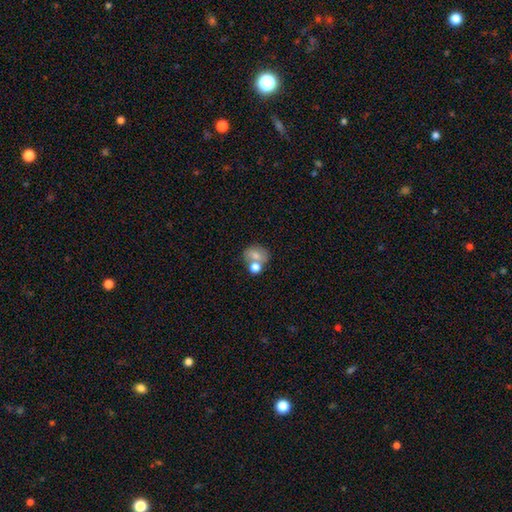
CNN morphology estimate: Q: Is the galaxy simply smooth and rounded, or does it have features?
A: smooth — 70%.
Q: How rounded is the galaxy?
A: round — 56%.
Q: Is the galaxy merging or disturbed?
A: none — 41%, tied with merger.